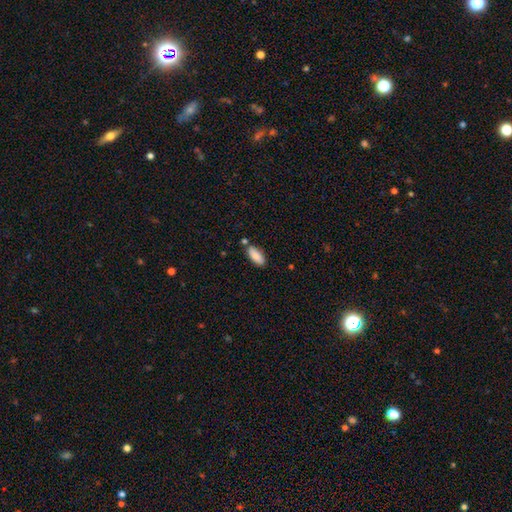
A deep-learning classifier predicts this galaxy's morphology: A smooth galaxy with no disk features (87%) that is in between round and cigar-shaped (82%). Merging: none (77%).